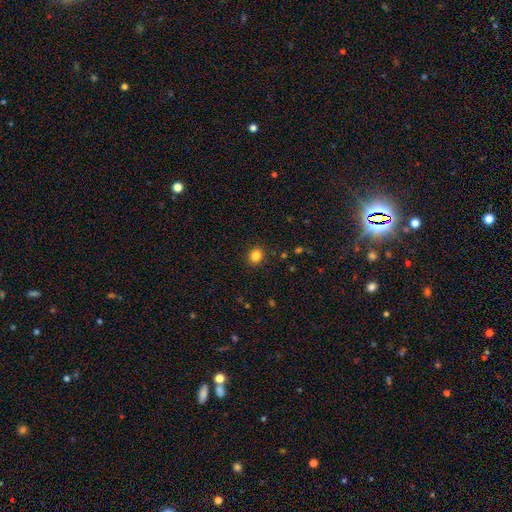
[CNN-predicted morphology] A smooth galaxy with no disk features (84%) that is round (65%). Merging: none (89%).